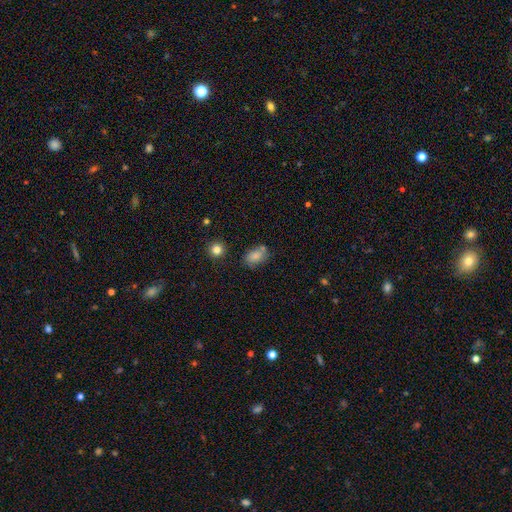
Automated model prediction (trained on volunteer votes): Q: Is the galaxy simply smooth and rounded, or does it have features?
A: smooth — 75%.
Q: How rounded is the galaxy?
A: in between — 82%.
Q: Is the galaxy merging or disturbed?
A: none — 62%.